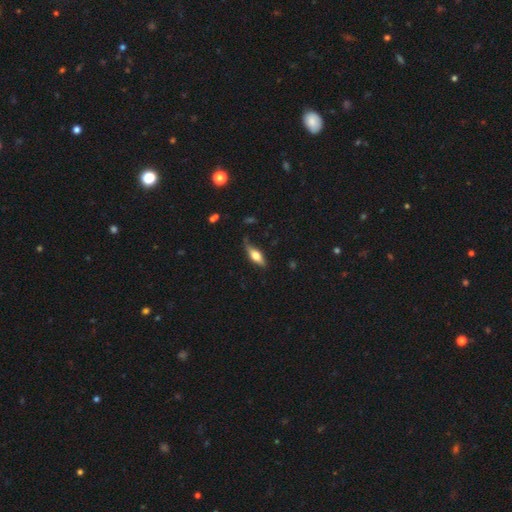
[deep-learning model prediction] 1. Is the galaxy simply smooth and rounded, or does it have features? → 51% smooth, 43% featured or disk, 7% star or artifact.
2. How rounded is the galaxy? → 54% in between, 43% cigar-shaped, 3% round.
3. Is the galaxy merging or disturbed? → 75% none, 19% minor disturbance, 4% major disturbance, 2% merger.